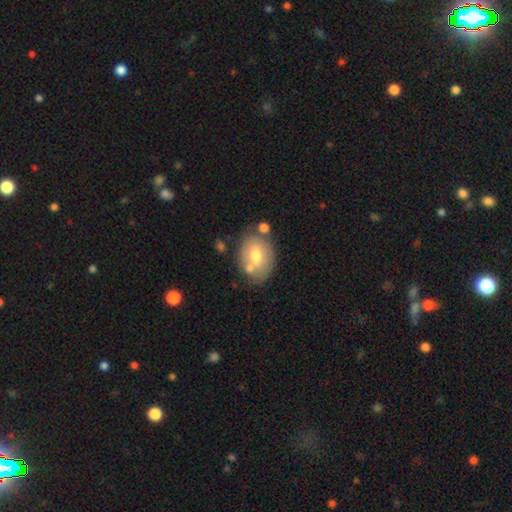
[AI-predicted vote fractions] smooth 61%, featured or disk 32%, star or artifact 7%. Down the decision tree: how rounded — in between (73%); merging — none (64%).